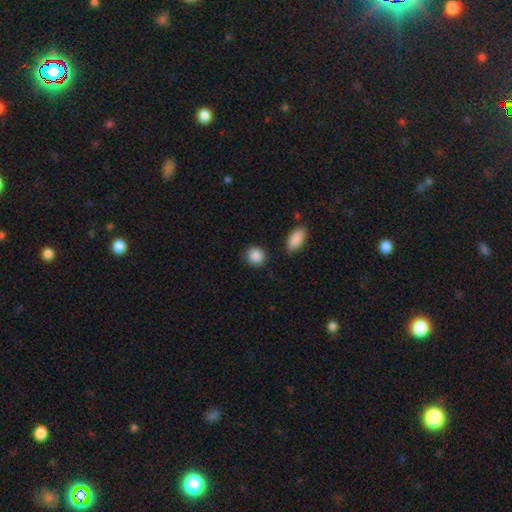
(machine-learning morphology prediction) Smooth or featured: smooth — 89% (star or artifact — 8%)
How rounded: round — 85% (in between — 14%)
Merging: none — 86% (minor disturbance — 9%)